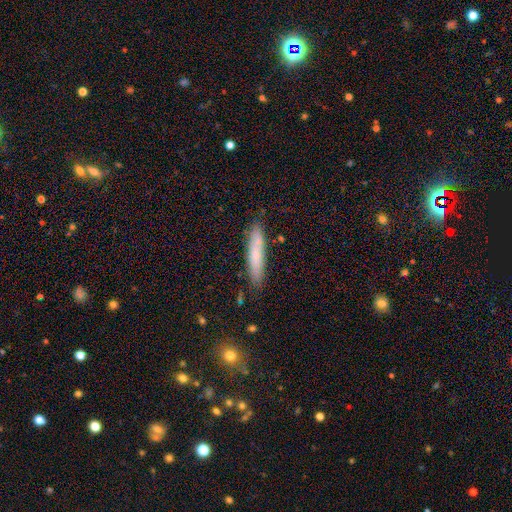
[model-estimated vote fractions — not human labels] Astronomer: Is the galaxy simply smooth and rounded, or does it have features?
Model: smooth — 73%.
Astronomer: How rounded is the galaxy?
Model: cigar-shaped — 88%.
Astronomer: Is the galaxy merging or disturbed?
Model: none — 83%.